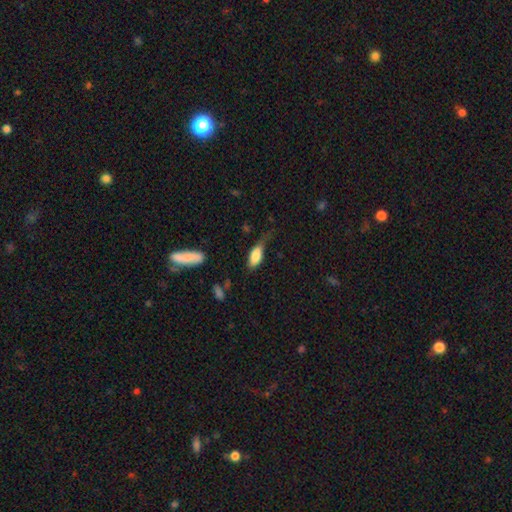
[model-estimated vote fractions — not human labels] A smooth galaxy with no disk features (80%) that is in between round and cigar-shaped (84%). Merging: minor disturbance (37%).